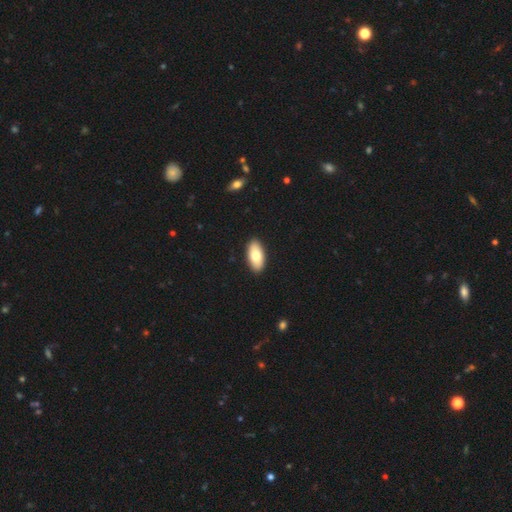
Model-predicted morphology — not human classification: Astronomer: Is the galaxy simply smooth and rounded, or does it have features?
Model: smooth — 78%.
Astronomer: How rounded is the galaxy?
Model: in between — 93%.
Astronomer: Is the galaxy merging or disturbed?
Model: none — 91%.